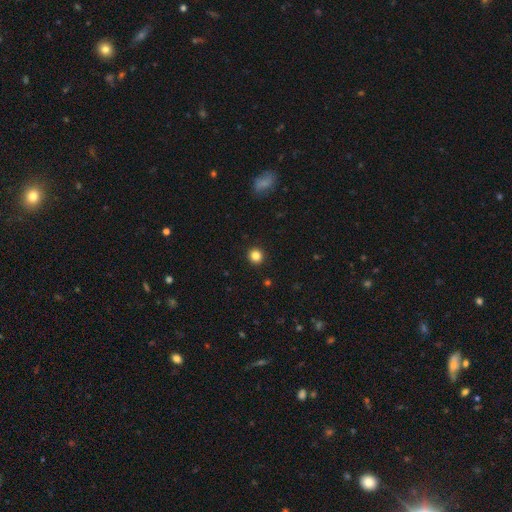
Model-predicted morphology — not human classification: A smooth galaxy with no disk features (84%) that is round (94%). Merging: none (93%).